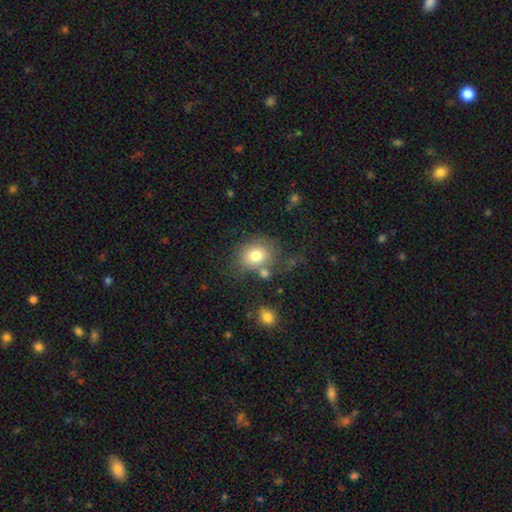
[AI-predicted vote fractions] smooth_or_featured: smooth (p=0.76) [alt: featured or disk p=0.13]
how_rounded: round (p=0.63) [alt: in between p=0.36]
merging: none (p=0.60) [alt: minor disturbance p=0.17]